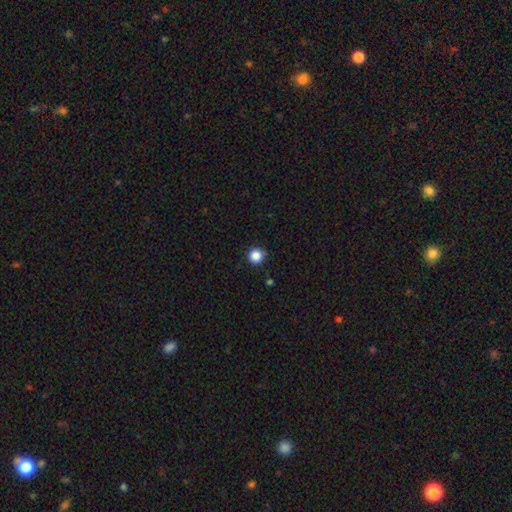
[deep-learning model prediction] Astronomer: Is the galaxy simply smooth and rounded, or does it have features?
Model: smooth — 86%.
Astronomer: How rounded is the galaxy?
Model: round — 96%.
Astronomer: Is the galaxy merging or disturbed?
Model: none — 90%.